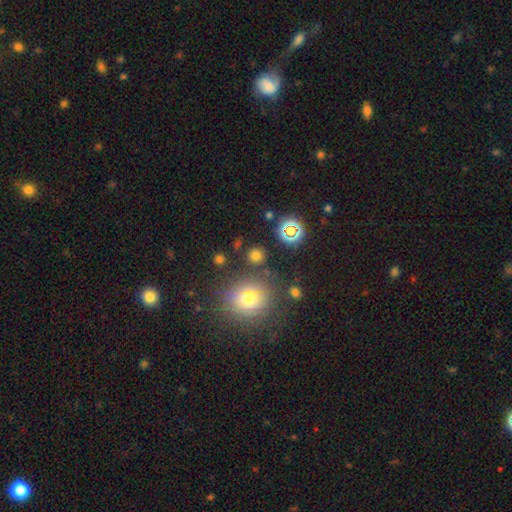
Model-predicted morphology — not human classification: smooth-or-featured: smooth: 71% | star or artifact: 23% | featured or disk: 6%
  how-rounded: round: 90% | in between: 8% | cigar-shaped: 1%
  merging: none: 83% | minor disturbance: 8% | merger: 5% | major disturbance: 4%